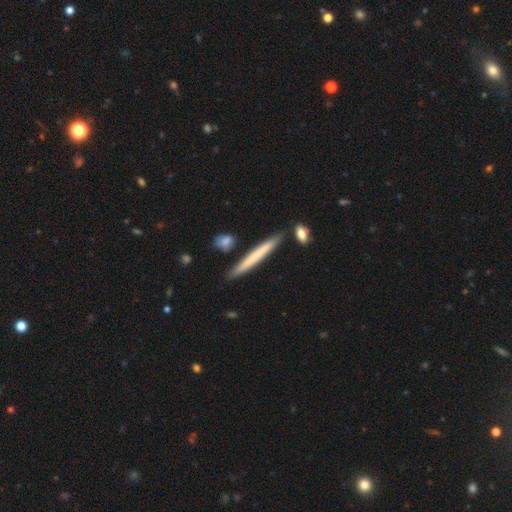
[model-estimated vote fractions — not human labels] The model was most divided on "smooth or featured": smooth: 60%, featured or disk: 35%, star or artifact: 5%. More confident: how rounded — cigar-shaped (96%); merging — none (85%).